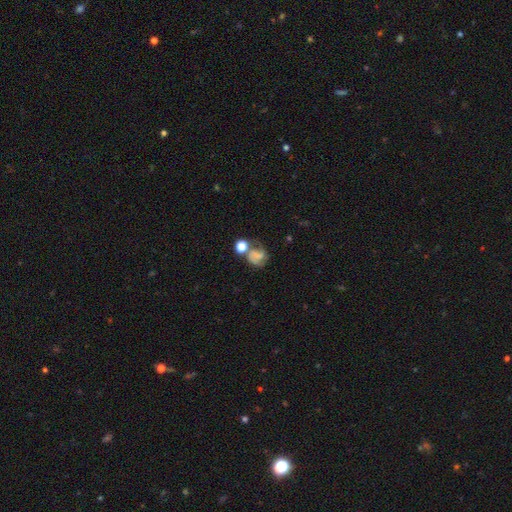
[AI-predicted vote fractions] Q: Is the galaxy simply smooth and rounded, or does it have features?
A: featured or disk — 53%.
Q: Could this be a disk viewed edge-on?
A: no — 98%.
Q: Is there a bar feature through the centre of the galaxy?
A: no — 64%.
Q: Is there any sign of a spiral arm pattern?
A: yes — 84%.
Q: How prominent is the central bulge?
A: none — 45%.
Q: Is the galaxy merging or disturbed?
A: none — 40%.